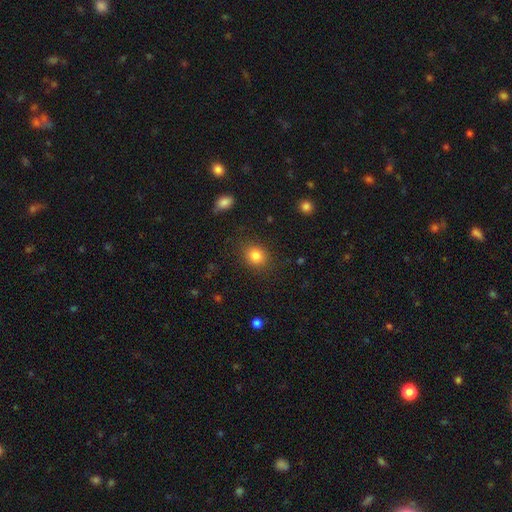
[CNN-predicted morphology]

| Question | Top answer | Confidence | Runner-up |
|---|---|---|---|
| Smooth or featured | smooth | 83% | star or artifact (11%) |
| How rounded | round | 63% | in between (37%) |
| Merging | none | 85% | minor disturbance (10%) |